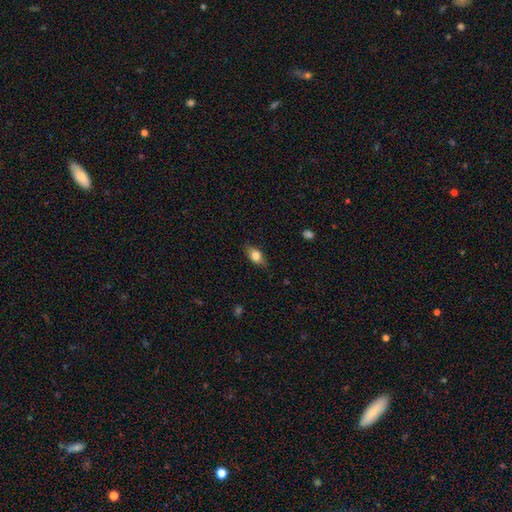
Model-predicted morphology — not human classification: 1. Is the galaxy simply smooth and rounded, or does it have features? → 72% smooth, 20% featured or disk, 8% star or artifact.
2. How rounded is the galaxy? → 81% in between, 9% round, 9% cigar-shaped.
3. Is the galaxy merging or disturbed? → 82% none, 14% minor disturbance, 3% major disturbance, 1% merger.